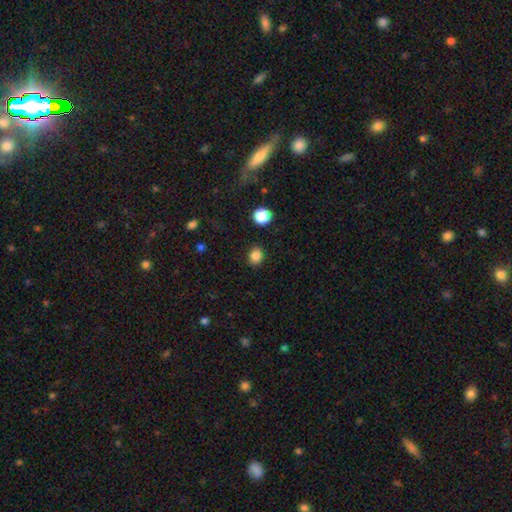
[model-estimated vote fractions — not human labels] smooth-or-featured: smooth: 85% | star or artifact: 11% | featured or disk: 4%
  how-rounded: round: 61% | in between: 38% | cigar-shaped: 1%
  merging: none: 89% | minor disturbance: 7% | major disturbance: 2% | merger: 2%